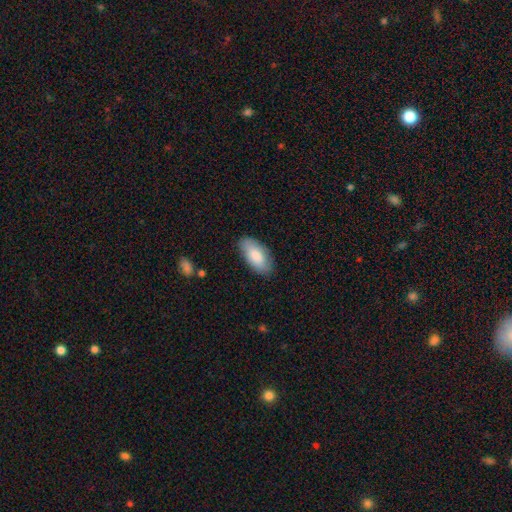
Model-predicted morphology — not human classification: type=smooth (85%); roundness=in between (94%); merging=none (83%).